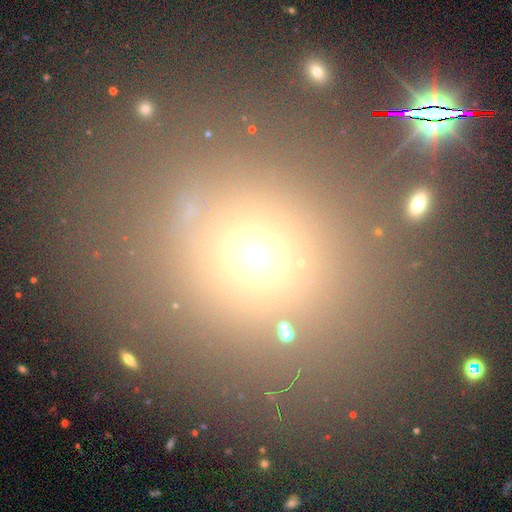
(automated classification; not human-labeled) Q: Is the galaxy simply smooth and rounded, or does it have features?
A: smooth — 64%.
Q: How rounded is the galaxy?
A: round — 79%.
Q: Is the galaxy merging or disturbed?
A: none — 73%.